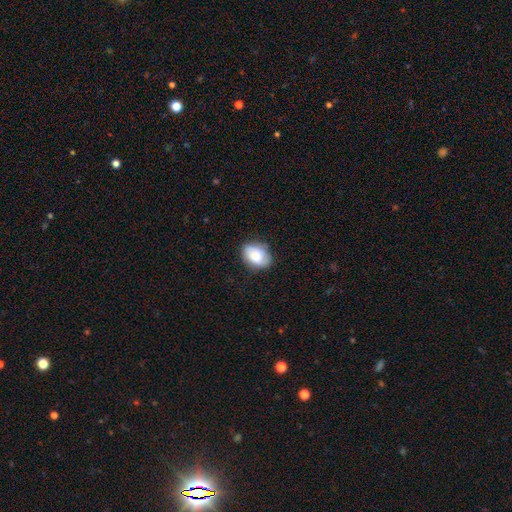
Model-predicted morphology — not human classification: type=smooth (82%); roundness=in between (83%); merging=none (75%).